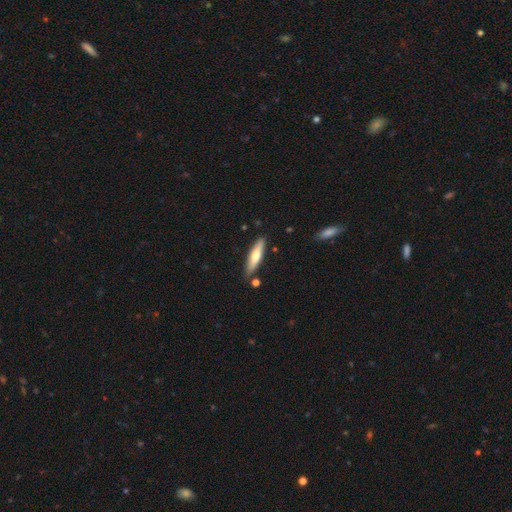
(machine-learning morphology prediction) smooth 61%, featured or disk 34%, star or artifact 5%. Down the decision tree: how rounded — cigar-shaped (75%); merging — none (84%).